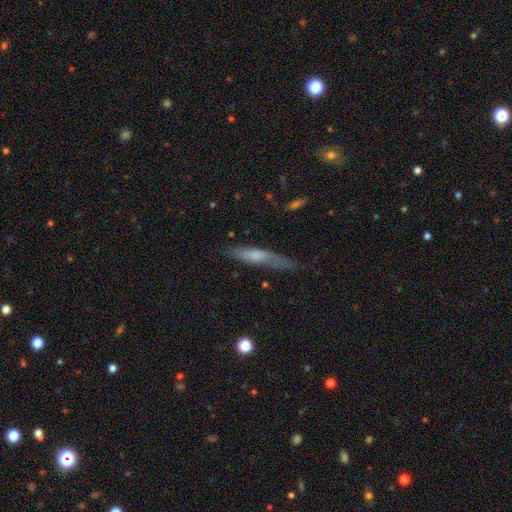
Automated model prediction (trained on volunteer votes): A smooth galaxy with no disk features (56%) that is cigar-shaped (86%). Merging: none (67%).